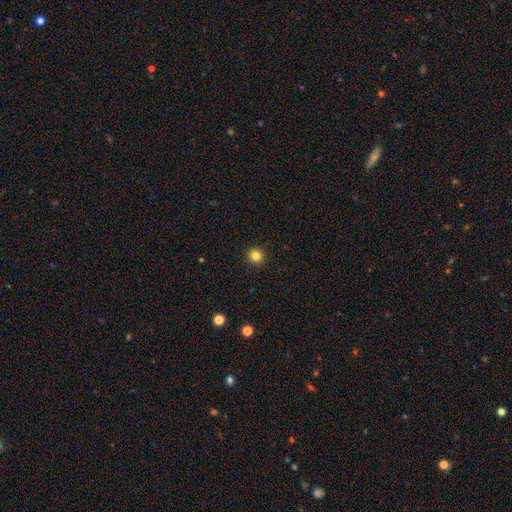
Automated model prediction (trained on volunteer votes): This is clearly a smooth galaxy (83%). How rounded: clearly round (93%). Merging: clearly none (93%).